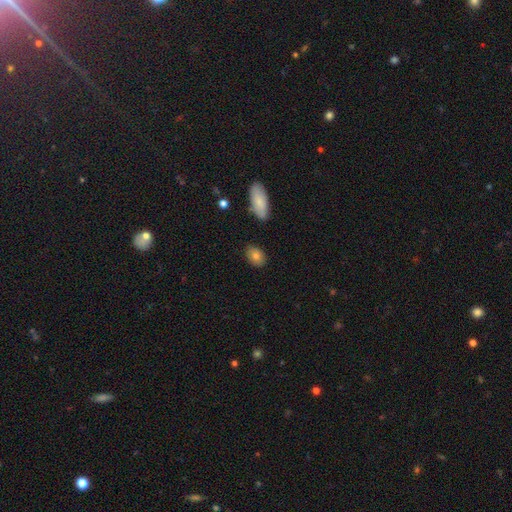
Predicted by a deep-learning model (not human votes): A smooth galaxy with no disk features (81%) that is in between round and cigar-shaped (75%). Merging: none (85%).